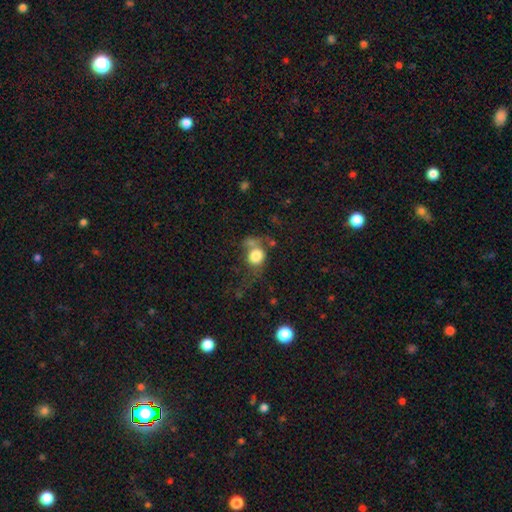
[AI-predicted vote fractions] This appears to be a smooth galaxy with no disk features (75%) that is round (69%). Merging: none (34%).